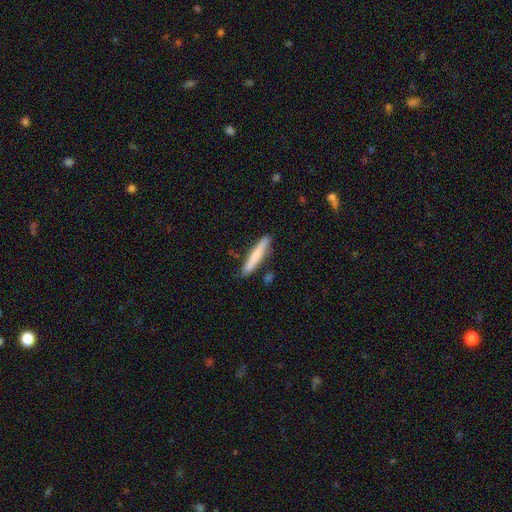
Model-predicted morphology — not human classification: smooth 68%, featured or disk 26%, star or artifact 6%. Down the decision tree: how rounded — cigar-shaped (94%); merging — none (86%).